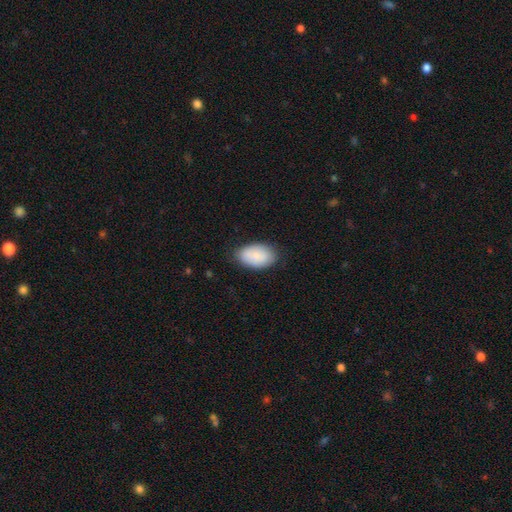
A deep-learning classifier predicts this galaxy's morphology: This appears to be a smooth galaxy with no disk features (85%) that is in between round and cigar-shaped (93%). Merging: none (80%).